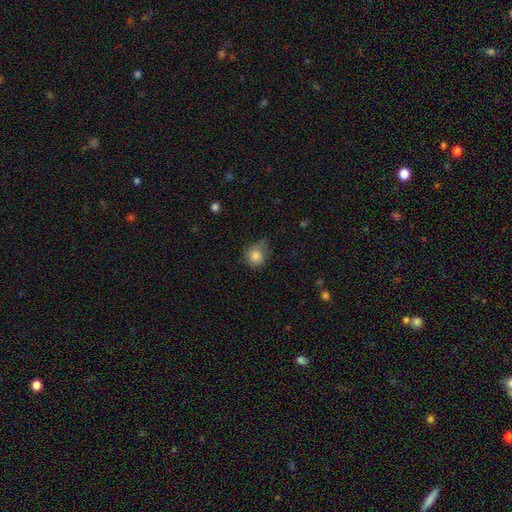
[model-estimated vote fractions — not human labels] smooth-or-featured: smooth: 83% | star or artifact: 9% | featured or disk: 8%
  how-rounded: round: 79% | in between: 20% | cigar-shaped: 1%
  merging: none: 51% | minor disturbance: 35% | major disturbance: 11% | merger: 3%